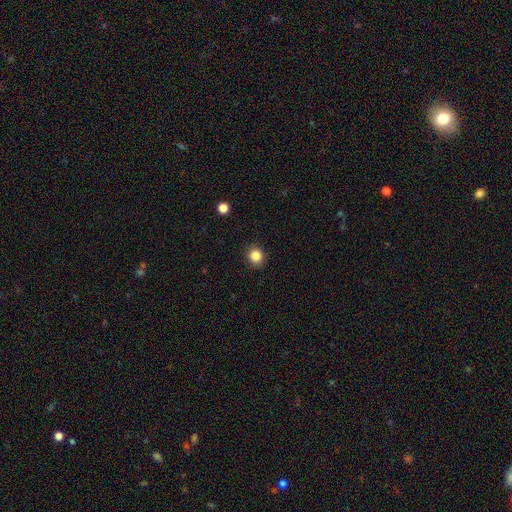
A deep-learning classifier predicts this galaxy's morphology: This appears to be a smooth galaxy with no disk features (86%) that is round (88%). Merging: none (91%).